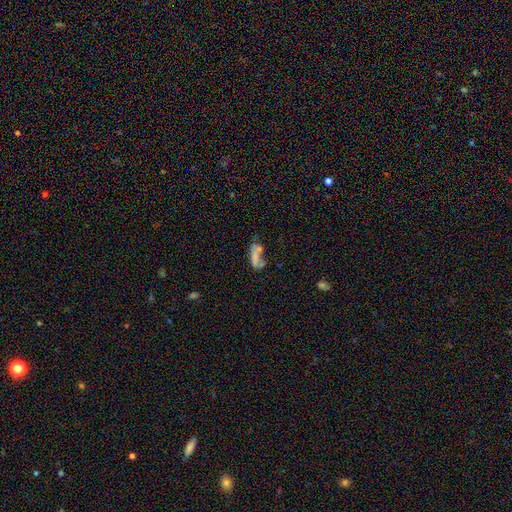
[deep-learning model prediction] smooth 55%, featured or disk 31%, star or artifact 14%. Down the decision tree: how rounded — in between (70%); merging — merger (29%).